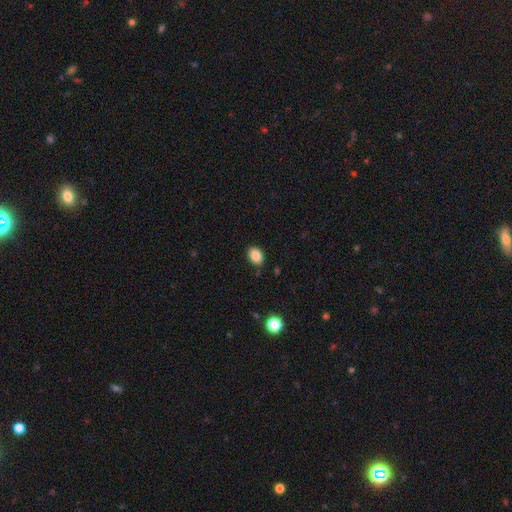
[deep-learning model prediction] Smooth or featured? smooth (87%)
How rounded? in between (72%)
Merging? none (84%)